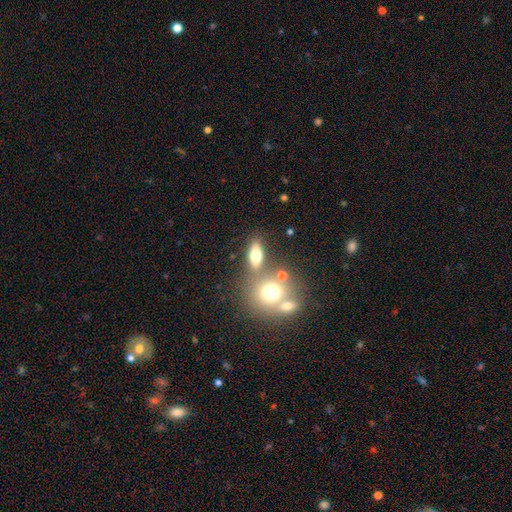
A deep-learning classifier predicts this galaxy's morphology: Smooth or featured?
  - smooth: 69% *
  - featured or disk: 19%
  - star or artifact: 12%
How rounded?
  - in between: 68% *
  - round: 18%
  - cigar-shaped: 14%
Merging?
  - none: 62% *
  - merger: 21%
  - minor disturbance: 11%
  - major disturbance: 5%